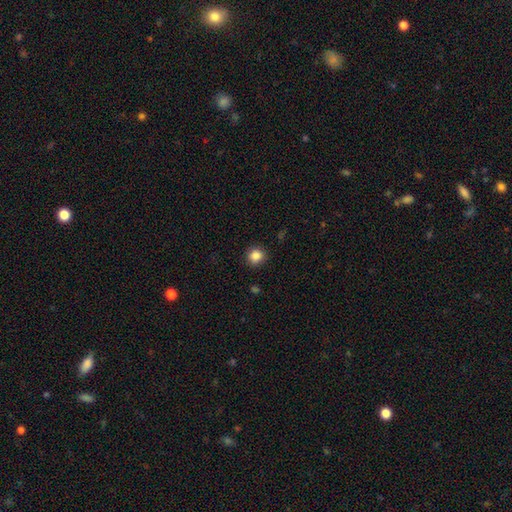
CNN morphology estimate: smooth 86%, star or artifact 10%, featured or disk 4%. Down the decision tree: how rounded — round (89%); merging — none (89%).